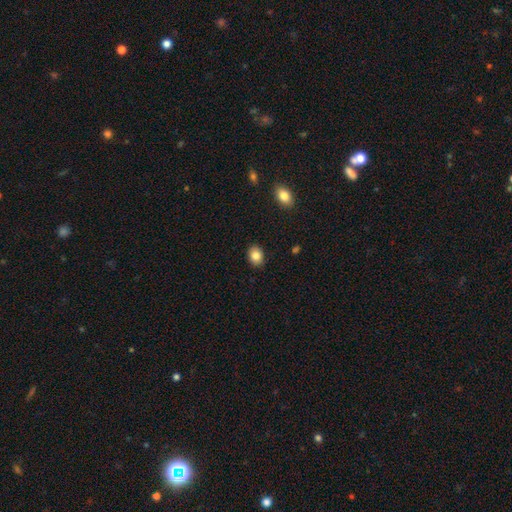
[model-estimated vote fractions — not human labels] Overall: smooth (84%). How rounded: in between (60%; round 39%). Merging: none (89%).